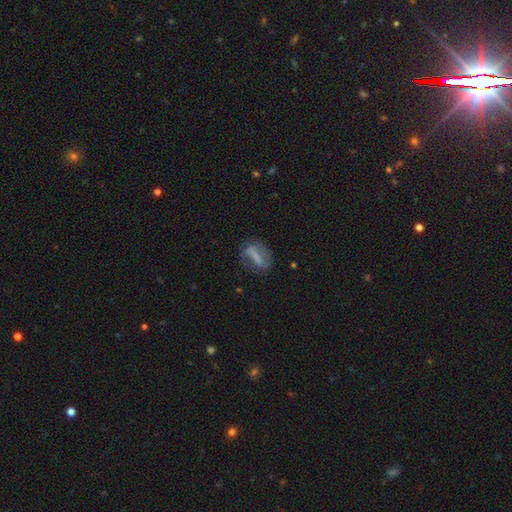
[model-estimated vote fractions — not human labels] This appears to be a featured or disk galaxy (47%). Merging: none (67%).